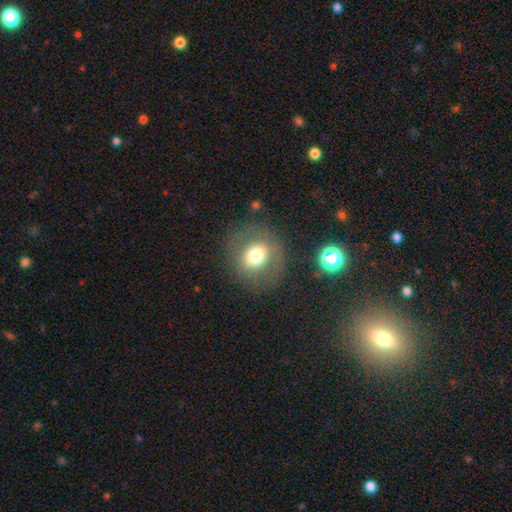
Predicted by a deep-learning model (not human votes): Morphology: type=smooth (64%); roundness=round (82%); merging=none (79%).